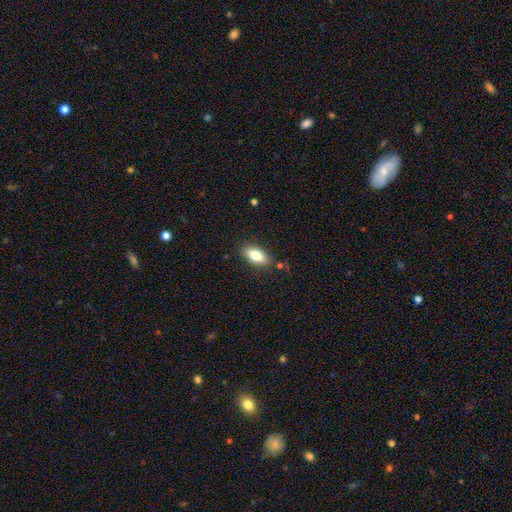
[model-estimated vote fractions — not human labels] smooth 80%, featured or disk 13%, star or artifact 7%. Down the decision tree: how rounded — in between (87%); merging — none (84%).